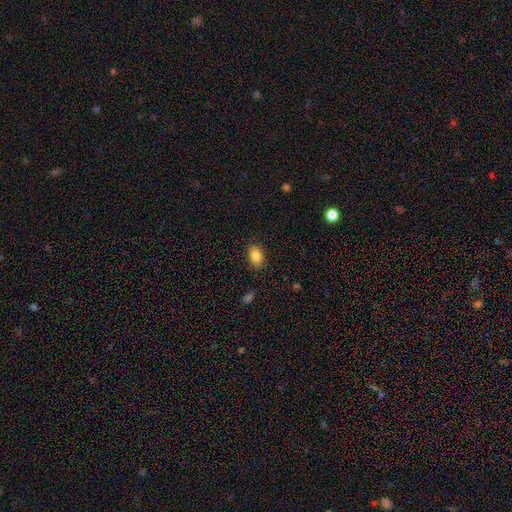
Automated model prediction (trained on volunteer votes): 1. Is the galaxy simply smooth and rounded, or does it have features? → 86% smooth, 8% star or artifact, 6% featured or disk.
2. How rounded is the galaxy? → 87% in between, 11% round, 2% cigar-shaped.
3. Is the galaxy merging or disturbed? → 86% none, 11% minor disturbance, 3% major disturbance, 1% merger.